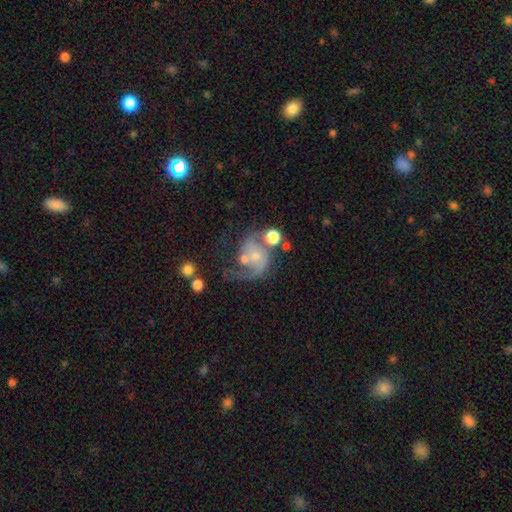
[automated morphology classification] Smooth or featured: featured or disk — 73% (smooth — 18%)
Edge-on disk: no — 98% (yes — 2%)
Bar: no — 67% (weak — 28%)
Spiral arms: yes — 89% (no — 11%)
Spiral winding: loose — 44% (tied with medium — 44%)
Spiral arm count: 2 — 73% (1 — 17%)
Bulge size: small — 53% (moderate — 29%)
Merging: none — 37% (major disturbance — 26%)